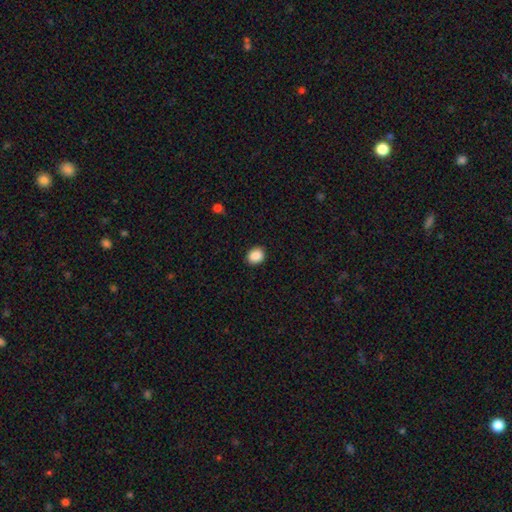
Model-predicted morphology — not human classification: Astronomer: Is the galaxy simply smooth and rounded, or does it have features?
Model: smooth — 89%.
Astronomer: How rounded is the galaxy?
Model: round — 62% (runner-up: in between, 37%).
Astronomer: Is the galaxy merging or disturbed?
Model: none — 90%.